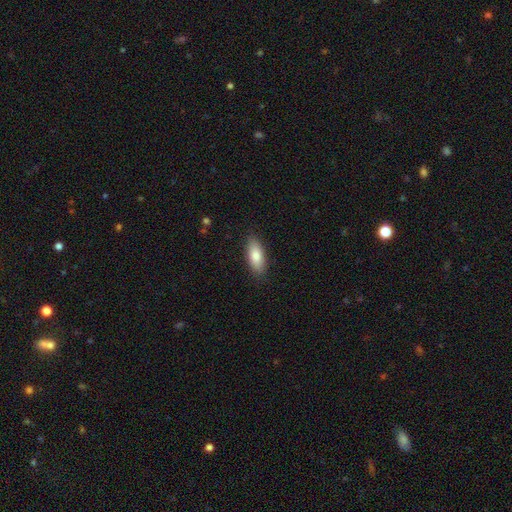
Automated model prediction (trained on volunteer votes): A smooth galaxy with no disk features (80%) that is in between round and cigar-shaped (79%). Merging: none (87%).